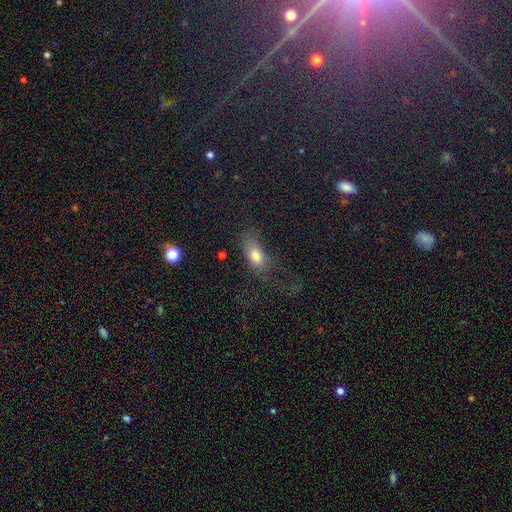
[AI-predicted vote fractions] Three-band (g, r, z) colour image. It shows a smooth galaxy with no disk features (73%) that is in between round and cigar-shaped (81%). Merging: major disturbance (41%).